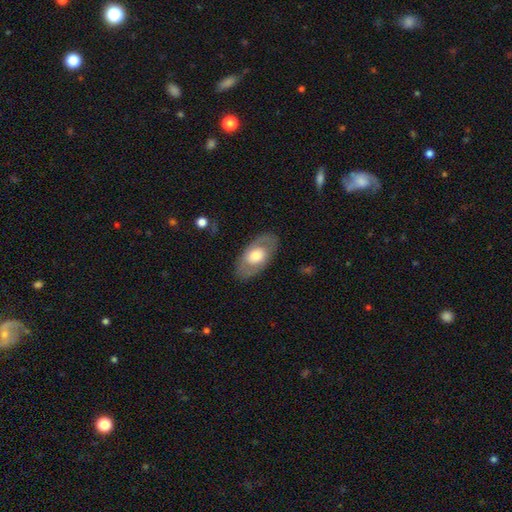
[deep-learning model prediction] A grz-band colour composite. It shows a smooth galaxy with no disk features (50%) that is in between round and cigar-shaped (90%). Merging: none (82%).